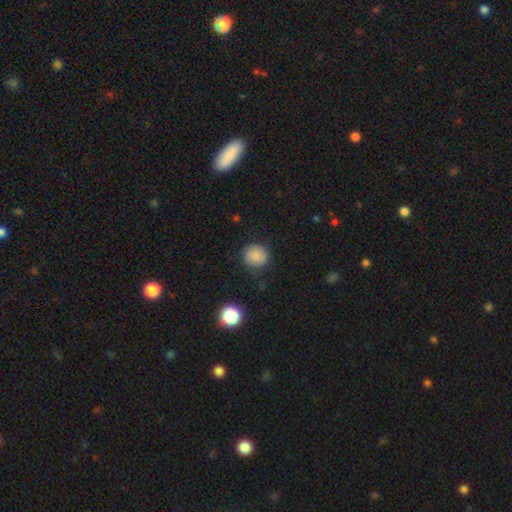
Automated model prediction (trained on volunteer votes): Smooth or featured? Predicted: smooth (p=0.84). How rounded? Predicted: round (p=0.90). Merging? Predicted: none (p=0.81).